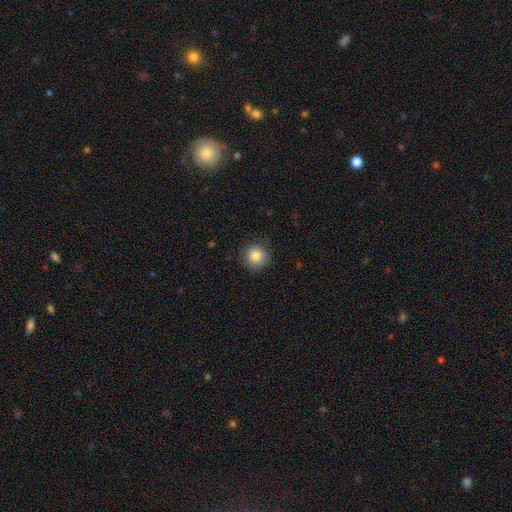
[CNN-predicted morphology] type=smooth (84%); roundness=round (93%); merging=none (85%).